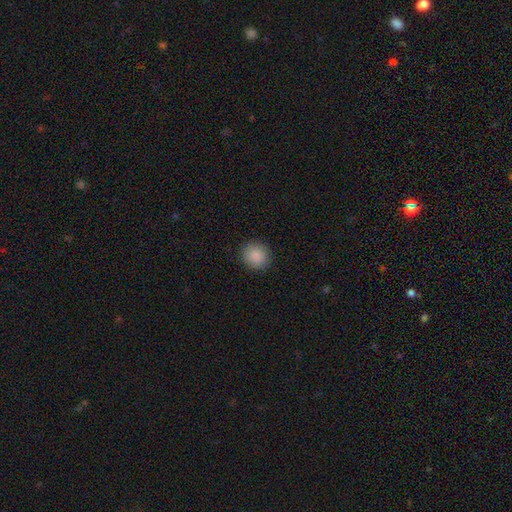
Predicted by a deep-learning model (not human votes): Smooth or featured: smooth — 88% (star or artifact — 8%)
How rounded: round — 87% (in between — 12%)
Merging: none — 91% (minor disturbance — 6%)